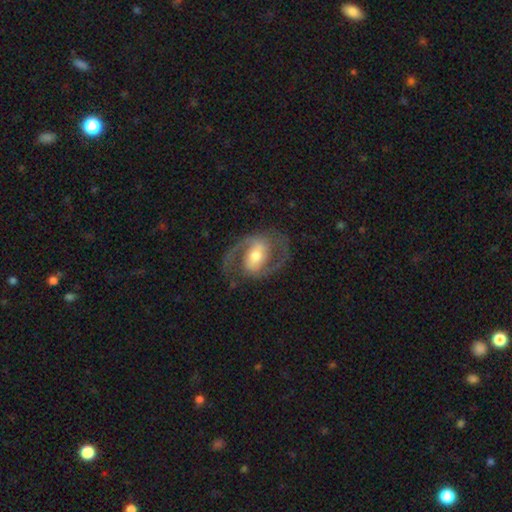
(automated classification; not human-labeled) This is clearly a featured or disk galaxy (87%). It is clearly not viewed edge-on (97%). Bar: marginally weak (41%). Spiral arm pattern: clearly yes (95%). Spiral arm count: clearly 2 (92%). Spiral winding: likely medium (62%). Central bulge: possibly moderate (60%). Merging: likely none (78%).